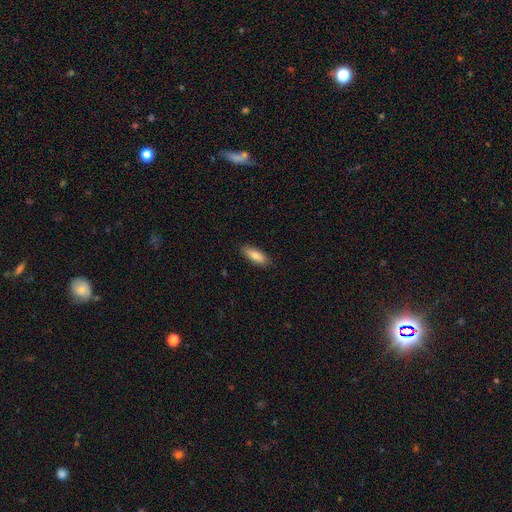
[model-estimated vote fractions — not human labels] smooth_or_featured: smooth (p=0.83) [alt: featured or disk p=0.11]
how_rounded: in between (p=0.65) [alt: cigar-shaped p=0.33]
merging: none (p=0.87) [alt: minor disturbance p=0.10]